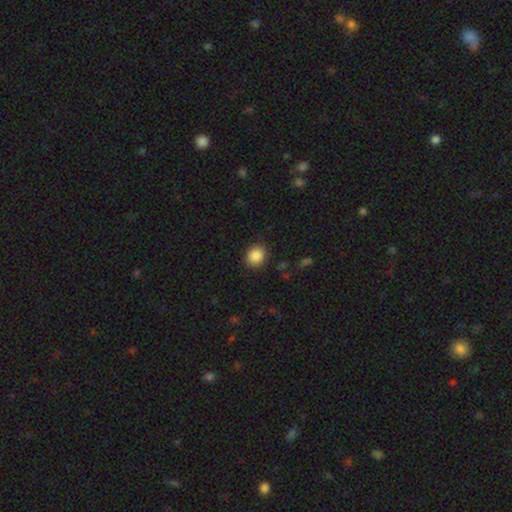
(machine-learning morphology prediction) smooth_or_featured: smooth (p=0.88) [alt: star or artifact p=0.09]
how_rounded: round (p=0.77) [alt: in between p=0.22]
merging: none (p=0.88) [alt: minor disturbance p=0.08]